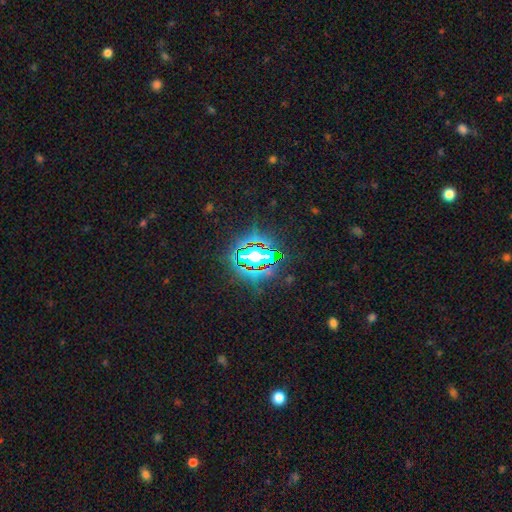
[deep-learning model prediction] This appears to be a star or artifact, not a galaxy (78%).